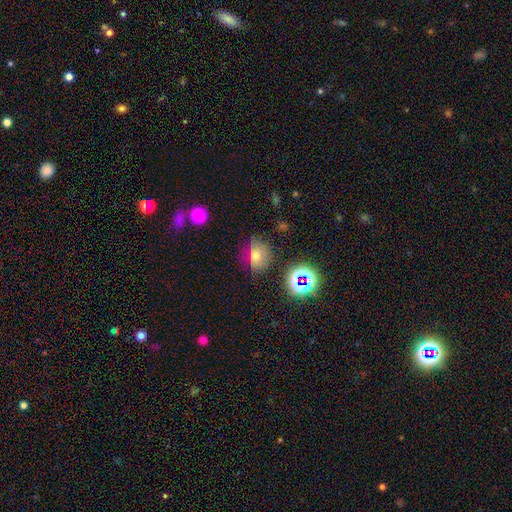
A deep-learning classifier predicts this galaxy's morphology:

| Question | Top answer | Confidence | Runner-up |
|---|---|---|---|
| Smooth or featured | smooth | 68% | star or artifact (20%) |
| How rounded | round | 53% | in between (46%) |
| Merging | none | 64% | minor disturbance (24%) |